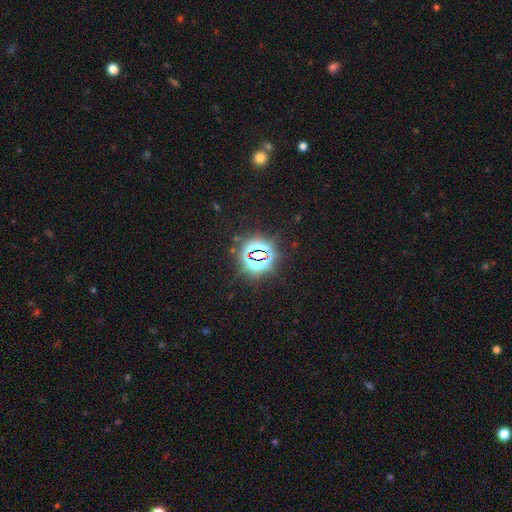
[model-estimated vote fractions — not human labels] This is likely a star or artifact rather than a galaxy (80%).